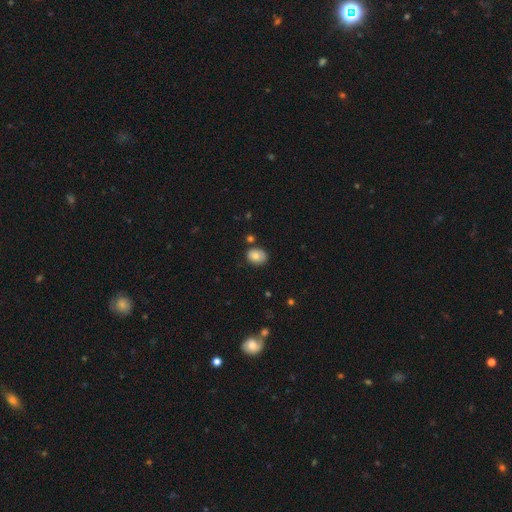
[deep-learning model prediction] Smooth or featured: smooth — 80% (featured or disk — 11%)
How rounded: in between — 61% (round — 38%)
Merging: none — 72% (minor disturbance — 19%)